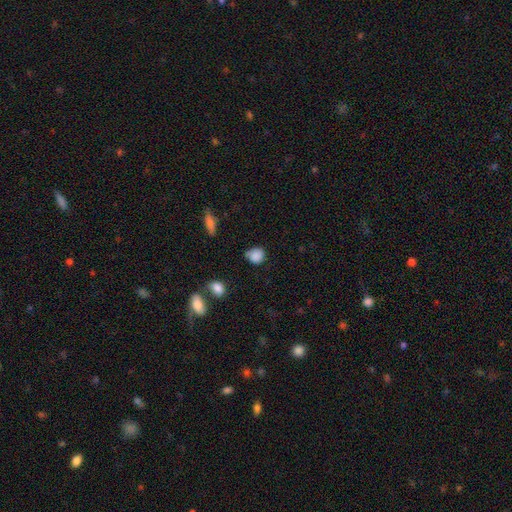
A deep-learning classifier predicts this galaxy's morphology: smooth 85%, star or artifact 9%, featured or disk 6%. Down the decision tree: how rounded — round (71%); merging — none (59%).